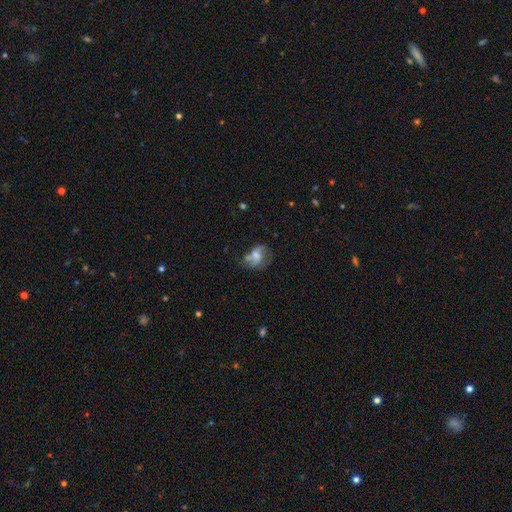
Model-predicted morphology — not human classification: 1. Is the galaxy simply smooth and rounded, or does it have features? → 47% smooth, 44% featured or disk, 10% star or artifact.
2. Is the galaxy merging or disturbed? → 38% none, 26% minor disturbance, 22% major disturbance, 14% merger.